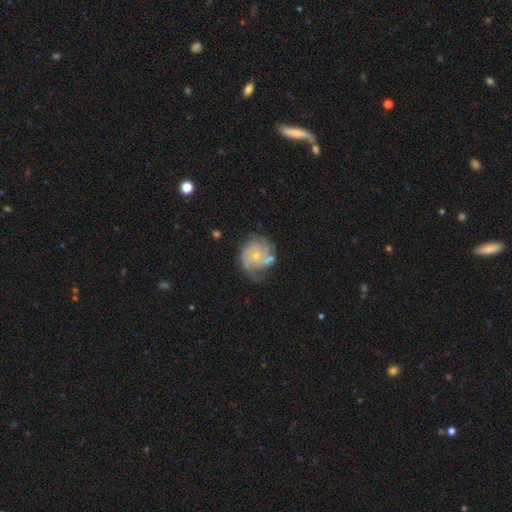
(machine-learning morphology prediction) smooth-or-featured: featured or disk: 80% | smooth: 13% | star or artifact: 6%
  disk-edge-on: no: 98% | yes: 2%
    bar: no: 78% | weak: 19% | strong: 3%
    has-spiral-arms: yes: 93% | no: 7%
      spiral-winding: tight: 57% | medium: 32% | loose: 11%
      spiral-arm-count: can't tell: 29% | 3: 27% | 2: 19% | 4: 13% | 1: 6% | more than 4: 6%
    bulge-size: small: 66% | moderate: 29% | none: 2% | large: 1% | dominant: 1%
  merging: none: 56% | minor disturbance: 23% | major disturbance: 13% | merger: 8%